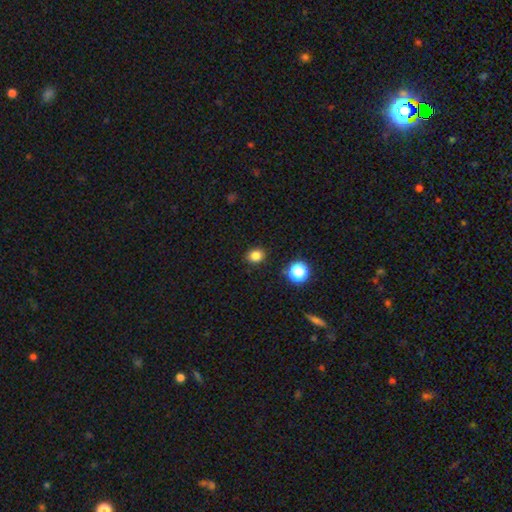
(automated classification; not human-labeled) Q: Smooth or featured?
A: smooth (82%); runner-up: star or artifact (13%)
Q: How rounded?
A: round (63%); runner-up: in between (36%)
Q: Merging?
A: none (89%); runner-up: minor disturbance (7%)